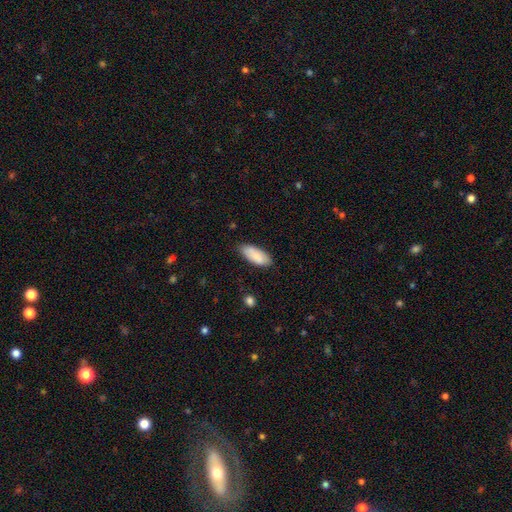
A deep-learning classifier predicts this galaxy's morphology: A smooth galaxy with no disk features (85%) that is in between round and cigar-shaped (84%). Merging: none (78%).